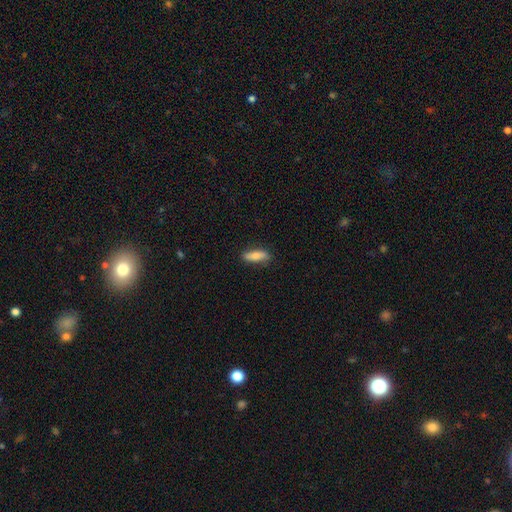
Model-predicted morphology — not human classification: A smooth galaxy with no disk features (70%) that is in between round and cigar-shaped (51%). Merging: none (82%).